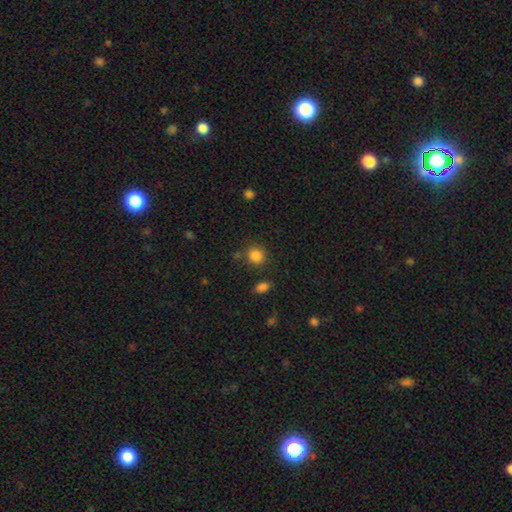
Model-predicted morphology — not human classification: smooth-or-featured: smooth: 85% | star or artifact: 11% | featured or disk: 4%
  how-rounded: round: 80% | in between: 19% | cigar-shaped: 1%
  merging: none: 79% | minor disturbance: 11% | merger: 6% | major disturbance: 4%